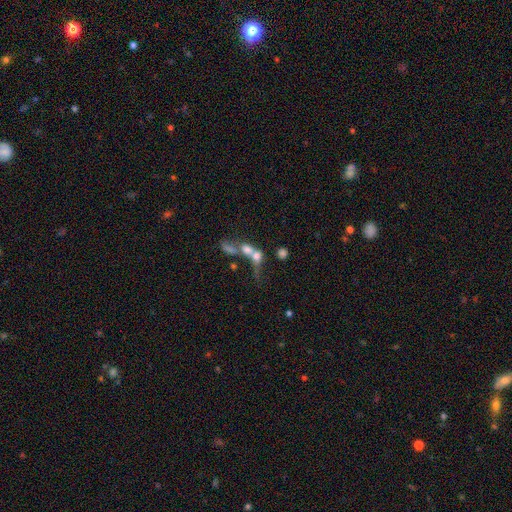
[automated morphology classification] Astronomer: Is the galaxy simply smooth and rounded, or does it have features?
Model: smooth — 56%.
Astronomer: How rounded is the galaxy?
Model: in between — 44%, tied with round at 44%.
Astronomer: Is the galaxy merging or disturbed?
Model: merger — 69%.